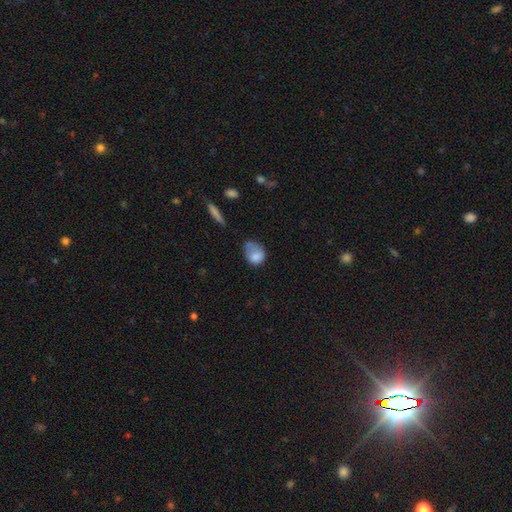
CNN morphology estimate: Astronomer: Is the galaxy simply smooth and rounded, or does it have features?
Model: smooth — 75%.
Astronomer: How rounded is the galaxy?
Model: in between — 54% (runner-up: round, 45%).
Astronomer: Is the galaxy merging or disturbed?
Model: minor disturbance — 34% (runner-up: none, 33%).